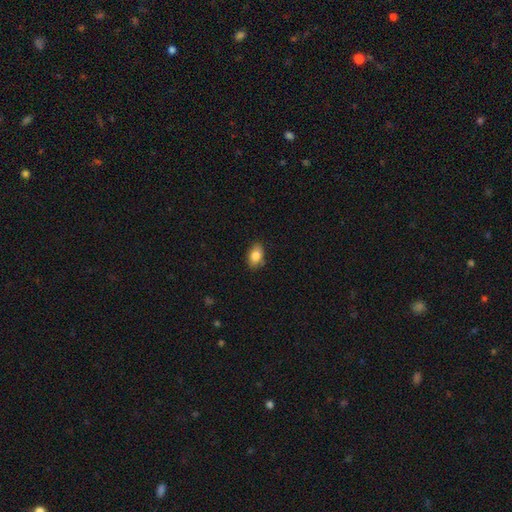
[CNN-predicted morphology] Overall: smooth (84%). How rounded: in between (88%). Merging: none (80%).